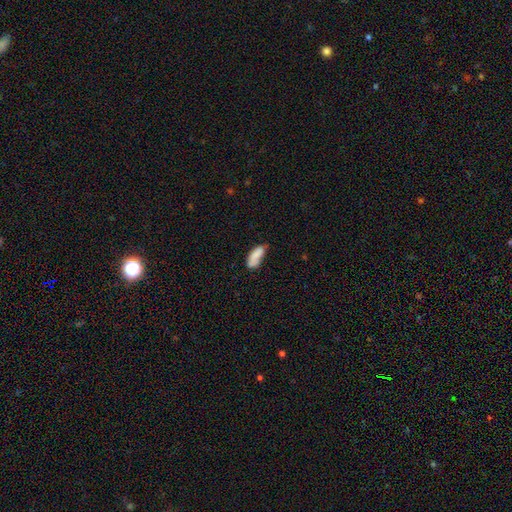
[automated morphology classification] smooth_or_featured: smooth (p=0.78) [alt: featured or disk p=0.14]
how_rounded: in between (p=0.78) [alt: cigar-shaped p=0.20]
merging: none (p=0.43) [alt: minor disturbance p=0.33]